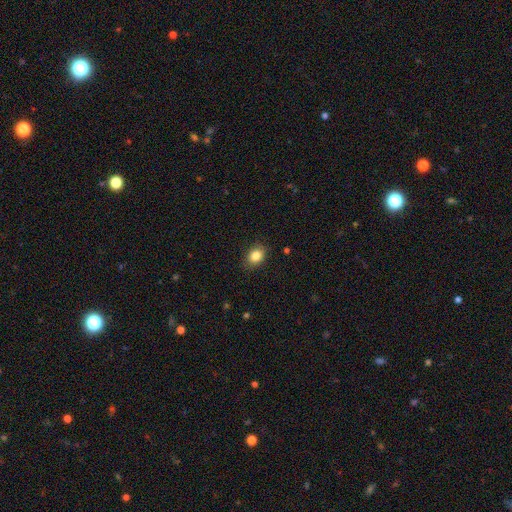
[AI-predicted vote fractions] This is clearly a smooth galaxy (85%). How rounded: likely in between (62%). Merging: clearly none (86%).